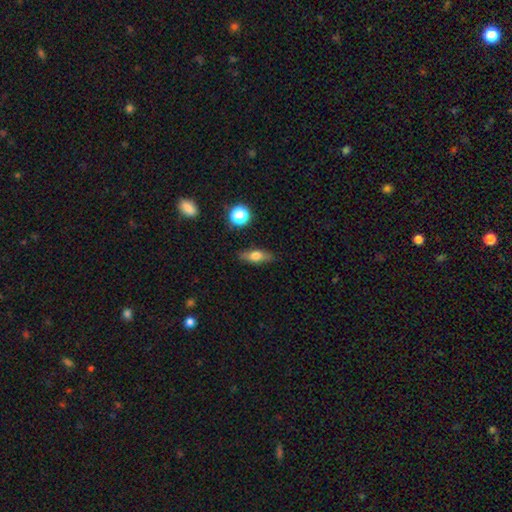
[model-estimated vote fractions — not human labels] Smooth or featured: smooth — 66% (featured or disk — 25%)
How rounded: in between — 64% (cigar-shaped — 29%)
Merging: none — 85% (minor disturbance — 11%)